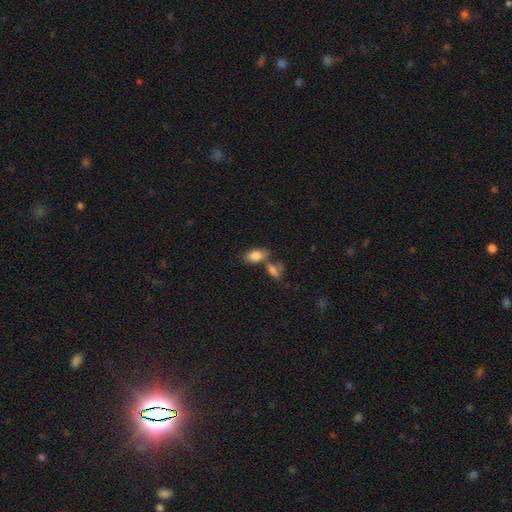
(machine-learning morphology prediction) Smooth or featured?
  - smooth: 82% *
  - featured or disk: 10%
  - star or artifact: 8%
How rounded?
  - in between: 89% *
  - round: 8%
  - cigar-shaped: 3%
Merging?
  - none: 48% *
  - merger: 33%
  - minor disturbance: 14%
  - major disturbance: 5%